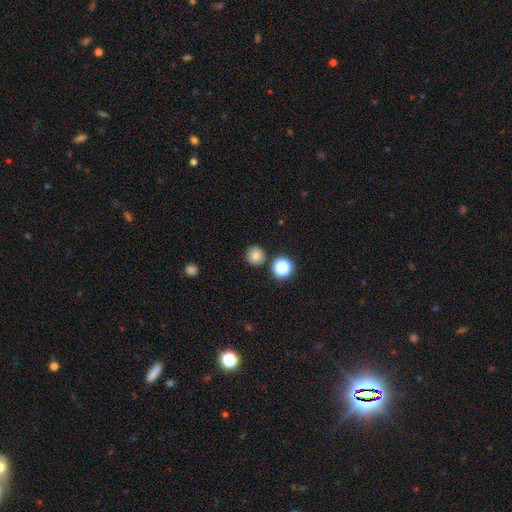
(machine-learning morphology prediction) The model was most divided on "smooth or featured": smooth: 79%, star or artifact: 15%, featured or disk: 6%. More confident: how rounded — round (95%); merging — none (87%).